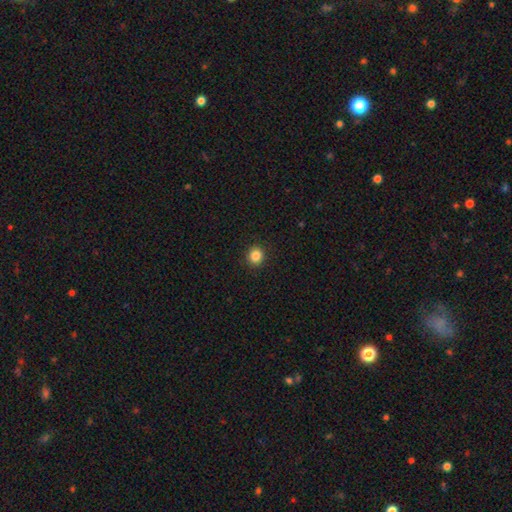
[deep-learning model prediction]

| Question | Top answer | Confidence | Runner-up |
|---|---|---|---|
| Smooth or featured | smooth | 86% | star or artifact (11%) |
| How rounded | round | 86% | in between (13%) |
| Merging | none | 92% | minor disturbance (5%) |